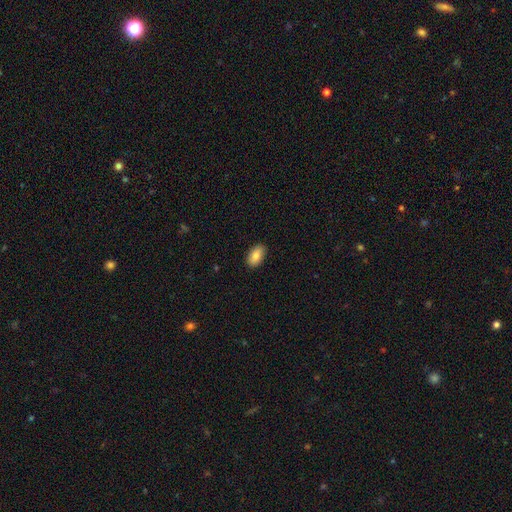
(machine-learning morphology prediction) This is clearly a smooth galaxy (85%). How rounded: clearly in between (93%). Merging: clearly none (89%).